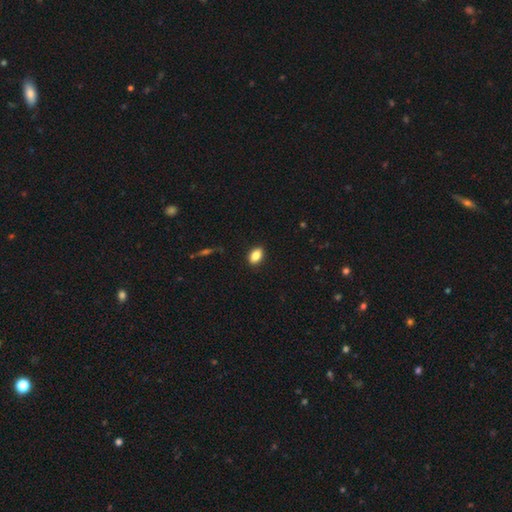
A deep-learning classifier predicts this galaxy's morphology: Smooth or featured? Predicted: smooth (p=0.85). How rounded? Predicted: in between (p=0.87). Merging? Predicted: none (p=0.89).